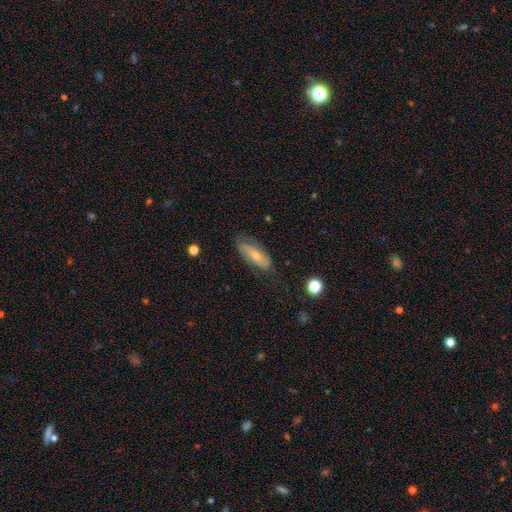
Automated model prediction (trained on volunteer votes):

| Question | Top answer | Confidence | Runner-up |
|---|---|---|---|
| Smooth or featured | smooth | 48% | featured or disk (45%) |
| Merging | none | 69% | minor disturbance (23%) |